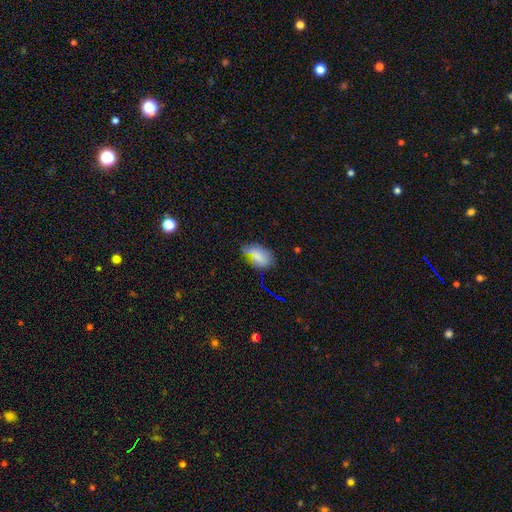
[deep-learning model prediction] The model was most divided on "merging": none: 64%, minor disturbance: 25%, major disturbance: 7%, merger: 4%. More confident: how rounded — in between (89%); smooth or featured — smooth (72%).